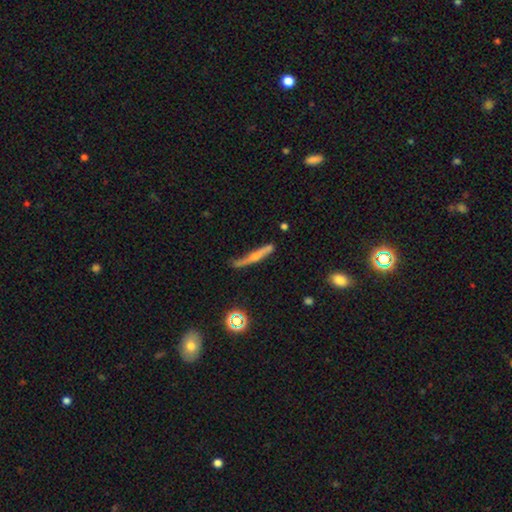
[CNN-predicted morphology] This is likely a featured or disk galaxy (67%). It is clearly viewed edge-on (90%). Edge-on bulge: clearly rounded (84%). Merging: likely none (68%).